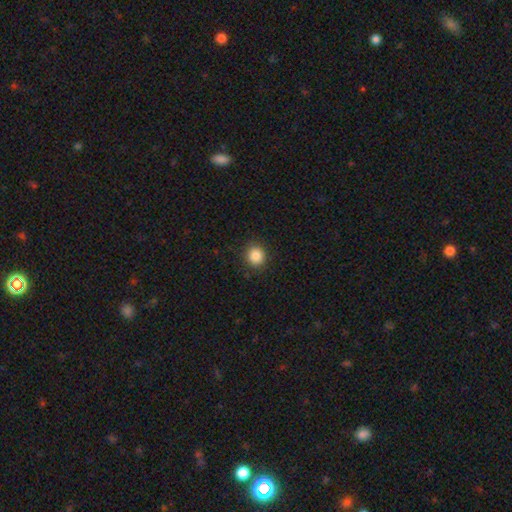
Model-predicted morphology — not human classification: This is clearly a smooth galaxy (86%). How rounded: clearly round (85%). Merging: clearly none (90%).